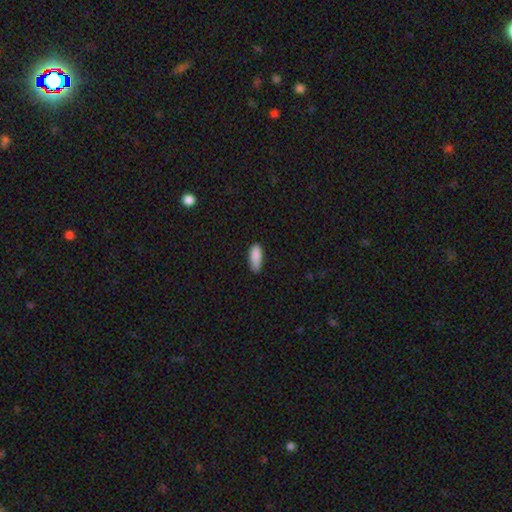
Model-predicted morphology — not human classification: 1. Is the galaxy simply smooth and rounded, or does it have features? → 88% smooth, 7% star or artifact, 5% featured or disk.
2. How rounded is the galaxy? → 73% in between, 25% cigar-shaped, 2% round.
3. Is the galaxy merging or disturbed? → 71% none, 24% minor disturbance, 3% major disturbance, 2% merger.